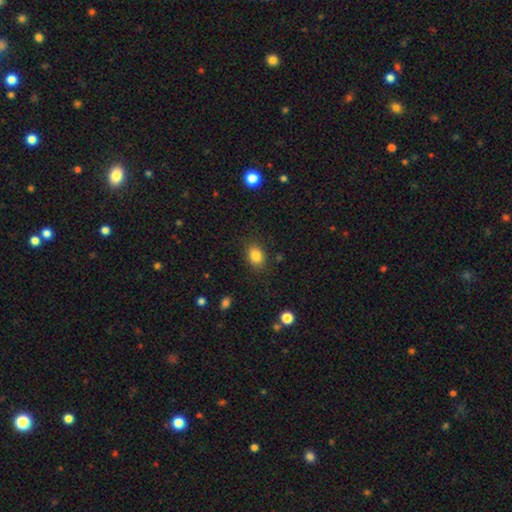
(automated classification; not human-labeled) This appears to be a smooth galaxy with no disk features (84%) that is in between round and cigar-shaped (61%). Merging: none (84%).